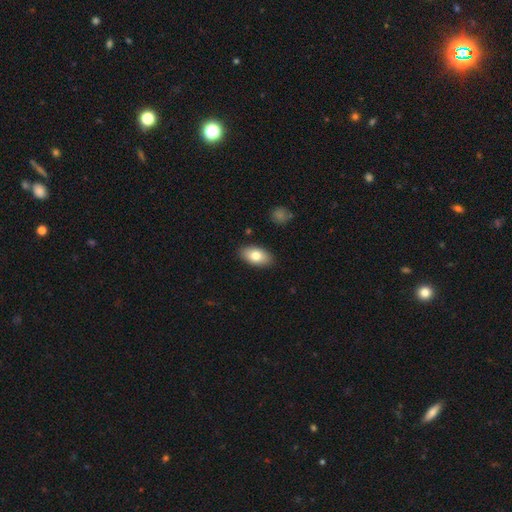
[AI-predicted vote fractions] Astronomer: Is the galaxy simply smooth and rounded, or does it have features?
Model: smooth — 78%.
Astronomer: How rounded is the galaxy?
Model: in between — 93%.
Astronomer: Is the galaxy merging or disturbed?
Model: none — 88%.